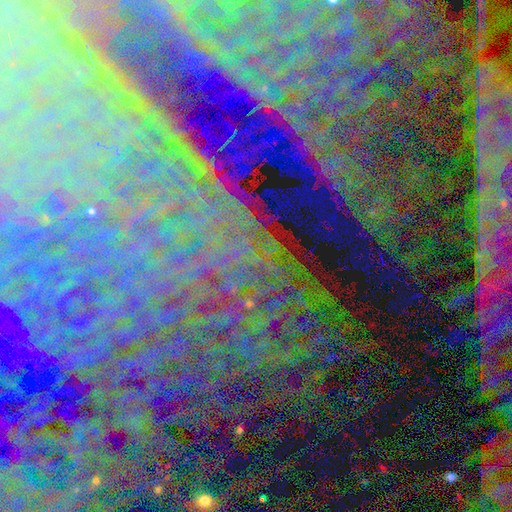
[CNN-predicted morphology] Smooth or featured? Predicted: star or artifact (p=0.80).